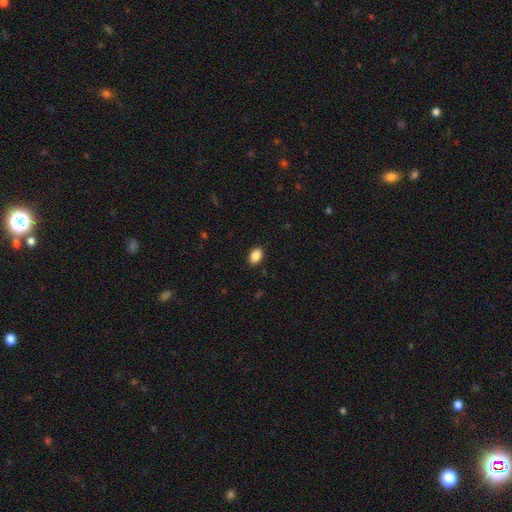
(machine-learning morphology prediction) This appears to be a smooth galaxy with no disk features (88%) that is in between round and cigar-shaped (86%). Merging: none (89%).